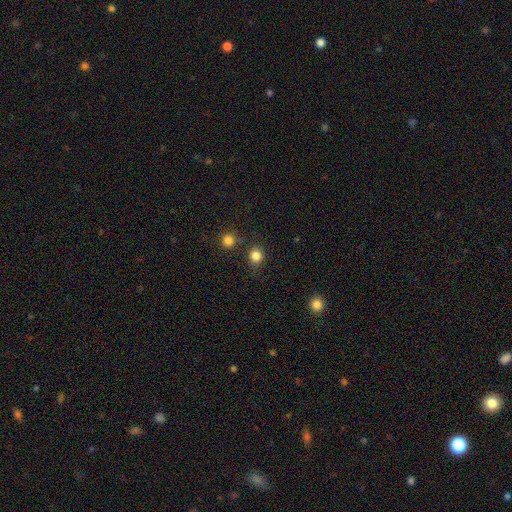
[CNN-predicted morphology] Q: Smooth or featured?
A: smooth (82%); runner-up: star or artifact (13%)
Q: How rounded?
A: round (80%); runner-up: in between (19%)
Q: Merging?
A: none (78%); runner-up: minor disturbance (11%)